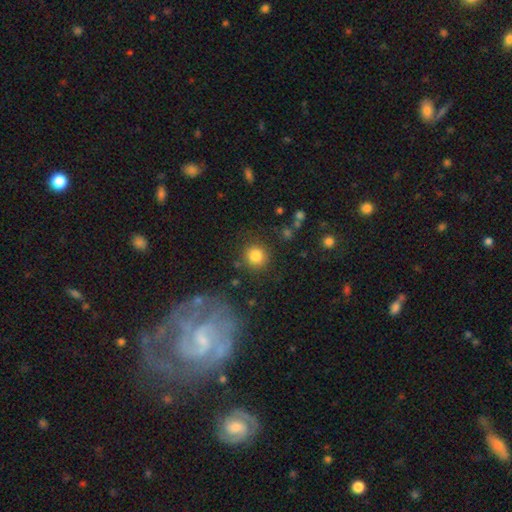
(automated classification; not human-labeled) Morphology: type=smooth (83%); roundness=round (92%); merging=none (85%).